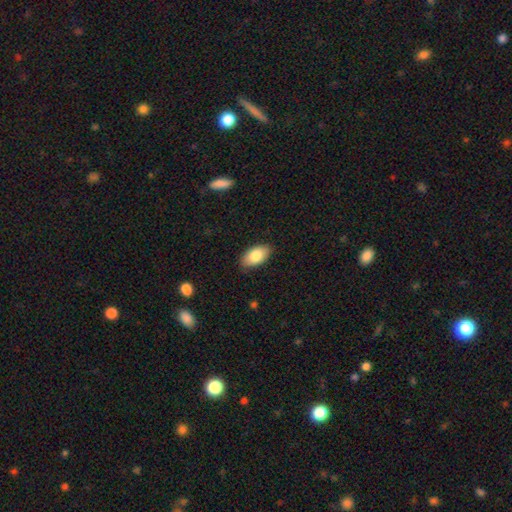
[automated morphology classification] A smooth galaxy with no disk features (82%) that is in between round and cigar-shaped (94%). Merging: none (86%).